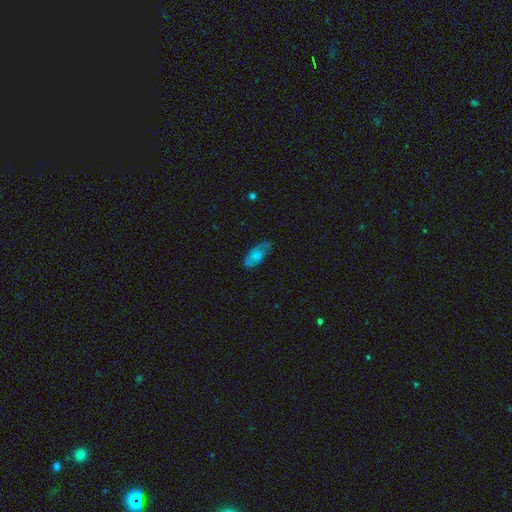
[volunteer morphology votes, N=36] type=smooth (61%); roundness=in between (86%); merging=none (53%).